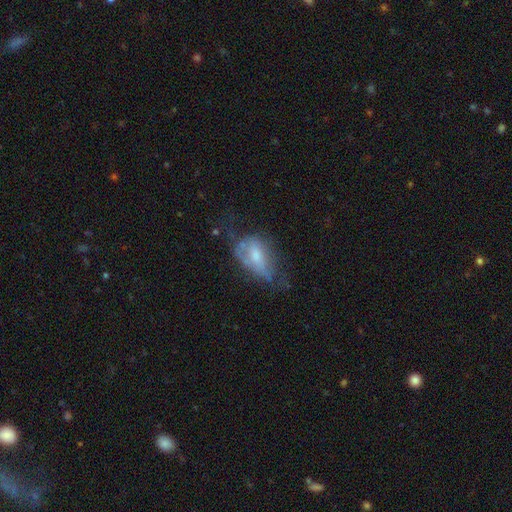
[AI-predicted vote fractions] smooth_or_featured: smooth (p=0.46) [alt: featured or disk p=0.45]
merging: major disturbance (p=0.36) [alt: none p=0.30]